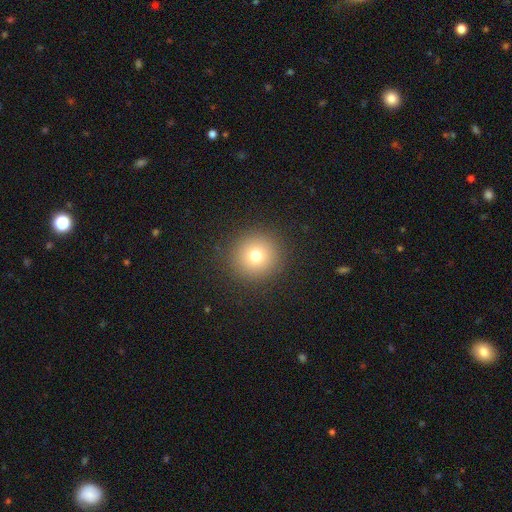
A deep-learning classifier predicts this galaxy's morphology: A smooth galaxy with no disk features (75%) that is round (95%).

Vote fractions:
- Smooth or featured? smooth: 75% / star or artifact: 15% / featured or disk: 10%
- How rounded? round: 95% / in between: 4% / cigar-shaped: 1%
- Merging? none: 91% / minor disturbance: 5% / major disturbance: 3% / merger: 1%